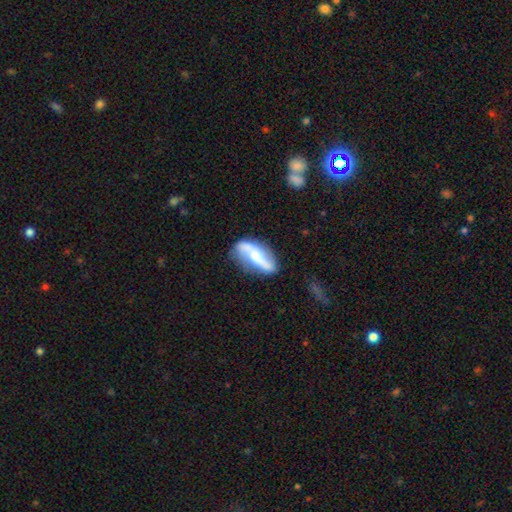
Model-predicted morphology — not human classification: Smooth or featured: featured or disk — 75% (smooth — 20%)
Edge-on disk: no — 83% (yes — 17%)
Bar: strong — 43% (no — 34%)
Spiral arms: yes — 85% (no — 15%)
Spiral winding: loose — 78% (medium — 14%)
Spiral arm count: 2 — 90% (can't tell — 4%)
Bulge size: moderate — 47% (small — 46%)
Merging: none — 72% (minor disturbance — 19%)